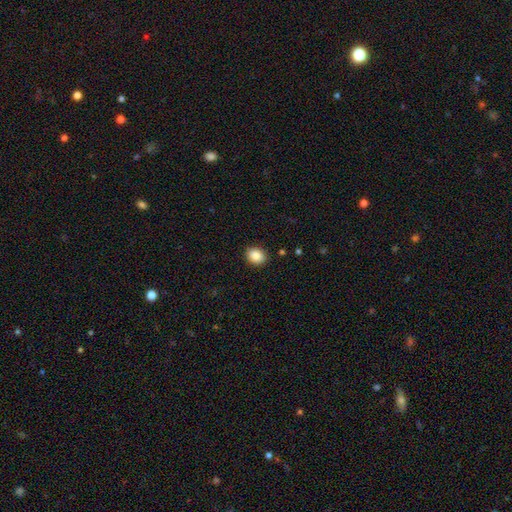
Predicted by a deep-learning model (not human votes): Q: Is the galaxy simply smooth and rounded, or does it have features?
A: smooth — 88%.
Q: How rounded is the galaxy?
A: round — 51%.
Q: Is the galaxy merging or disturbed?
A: none — 89%.